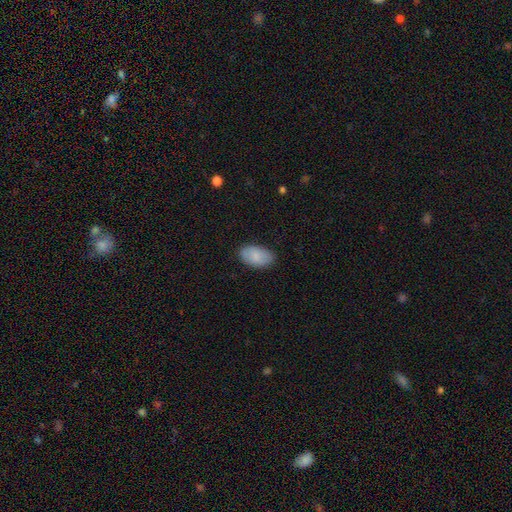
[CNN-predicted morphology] A smooth galaxy with no disk features (84%) that is in between round and cigar-shaped (93%).

Vote fractions:
- Smooth or featured? smooth: 84% / featured or disk: 9% / star or artifact: 6%
- How rounded? in between: 93% / round: 5% / cigar-shaped: 1%
- Merging? none: 83% / minor disturbance: 14% / major disturbance: 3% / merger: 1%